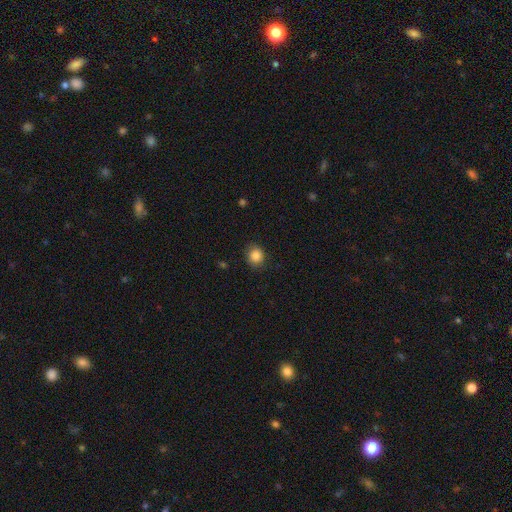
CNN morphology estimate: smooth_or_featured: smooth (p=0.85) [alt: star or artifact p=0.10]
how_rounded: round (p=0.78) [alt: in between p=0.21]
merging: none (p=0.84) [alt: minor disturbance p=0.12]